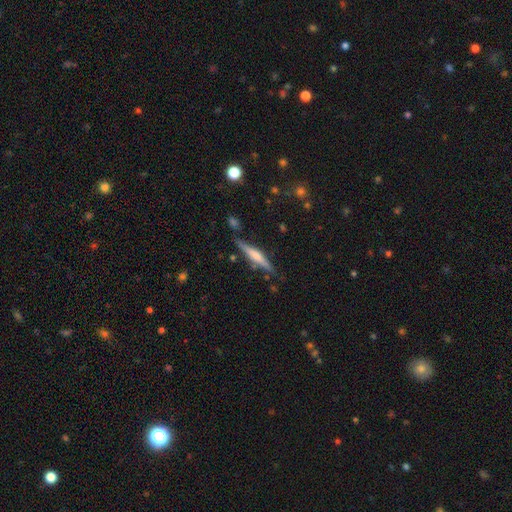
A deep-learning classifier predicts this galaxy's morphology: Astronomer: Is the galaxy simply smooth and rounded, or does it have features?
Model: featured or disk — 53% (runner-up: smooth, 41%).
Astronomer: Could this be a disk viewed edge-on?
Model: yes — 95%.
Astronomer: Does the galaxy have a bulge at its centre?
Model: rounded — 51%.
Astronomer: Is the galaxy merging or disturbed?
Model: none — 79%.